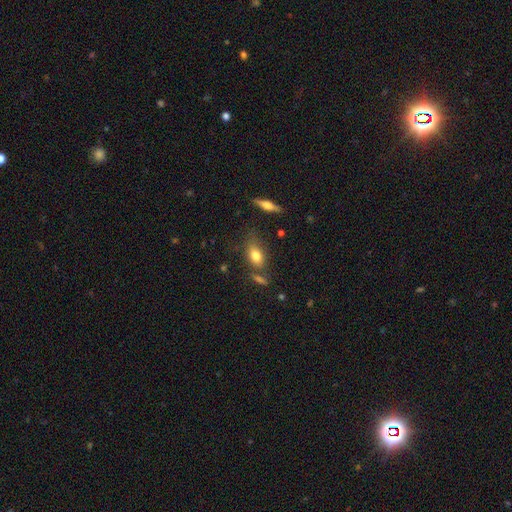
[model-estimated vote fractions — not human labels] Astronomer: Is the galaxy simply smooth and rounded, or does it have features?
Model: smooth — 76%.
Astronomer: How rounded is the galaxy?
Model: in between — 79%.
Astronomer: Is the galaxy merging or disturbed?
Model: none — 66%.